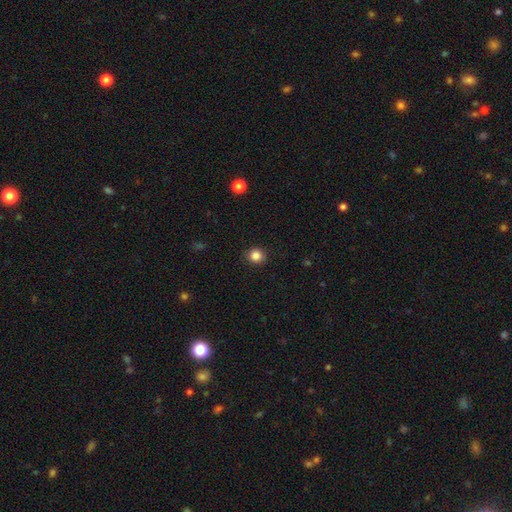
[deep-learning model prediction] Morphology: type=smooth (85%); roundness=round (88%); merging=none (91%).